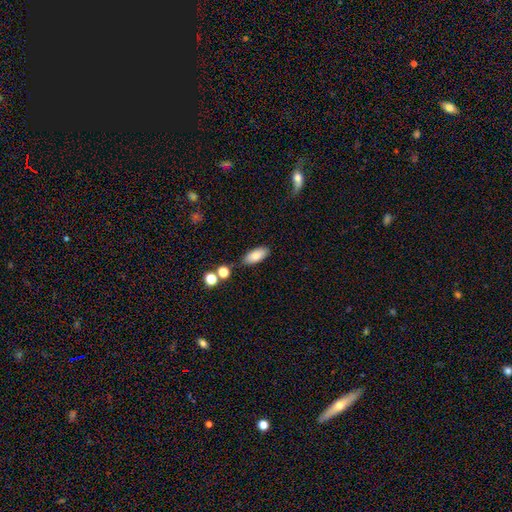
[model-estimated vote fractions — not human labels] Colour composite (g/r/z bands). It shows a smooth galaxy with no disk features (79%) that is in between round and cigar-shaped (84%). Merging: none (77%).